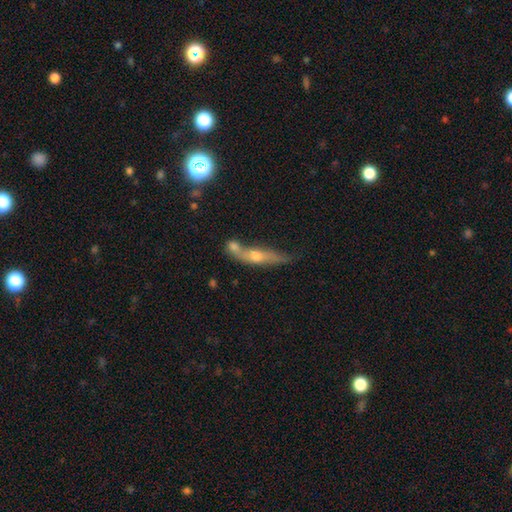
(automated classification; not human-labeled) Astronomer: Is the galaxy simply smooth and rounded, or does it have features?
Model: featured or disk — 54% (runner-up: smooth, 37%).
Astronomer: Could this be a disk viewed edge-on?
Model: yes — 74%.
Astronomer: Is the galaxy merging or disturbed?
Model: none — 39% (runner-up: merger, 35%).